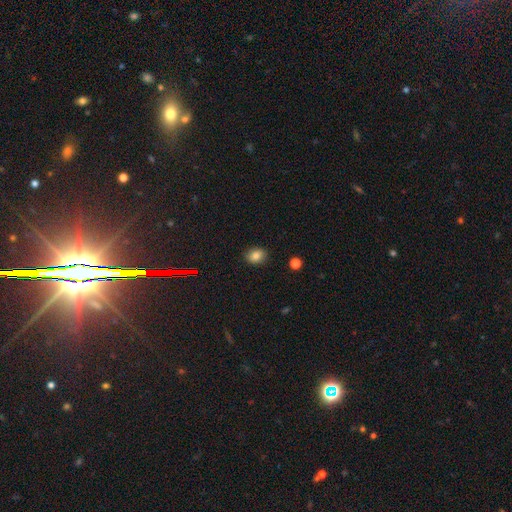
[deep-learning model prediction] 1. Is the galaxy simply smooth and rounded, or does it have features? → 83% smooth, 11% star or artifact, 6% featured or disk.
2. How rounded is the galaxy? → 55% in between, 44% round, 1% cigar-shaped.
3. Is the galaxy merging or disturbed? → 88% none, 8% minor disturbance, 2% major disturbance, 1% merger.